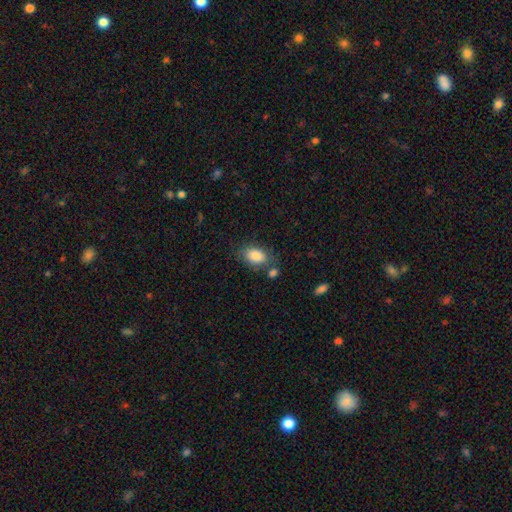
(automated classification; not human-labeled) smooth-or-featured: smooth: 85% | star or artifact: 8% | featured or disk: 7%
  how-rounded: in between: 86% | round: 13% | cigar-shaped: 2%
  merging: none: 65% | minor disturbance: 17% | merger: 12% | major disturbance: 6%